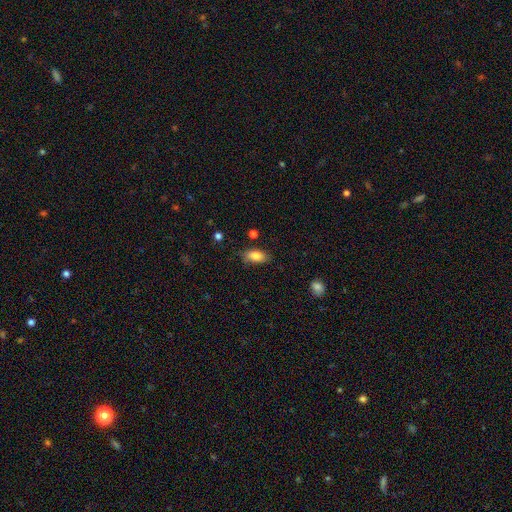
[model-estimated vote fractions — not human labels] Smooth or featured? smooth (83%)
How rounded? in between (89%)
Merging? none (77%)